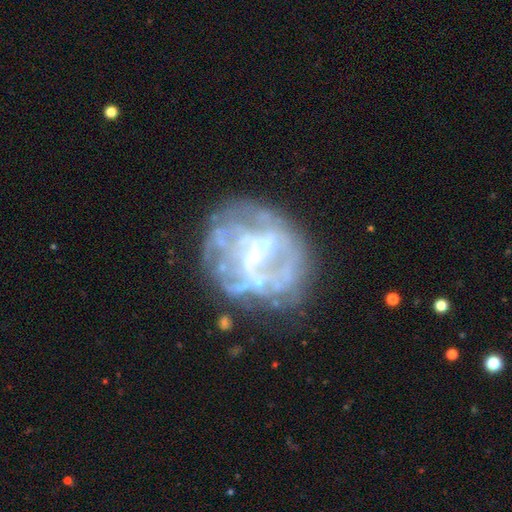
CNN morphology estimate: Smooth or featured?
  - featured or disk: 76% *
  - smooth: 14%
  - star or artifact: 10%
Edge-on disk?
  - no: 98% *
  - yes: 2%
Bar?
  - no: 48% *
  - weak: 37%
  - strong: 16%
Spiral arms?
  - no: 54% *
  - yes: 46%
Bulge size?
  - none: 44% *
  - small: 33%
  - moderate: 18%
  - large: 3%
  - dominant: 1%
Merging?
  - none: 56% *
  - major disturbance: 21%
  - minor disturbance: 19%
  - merger: 4%